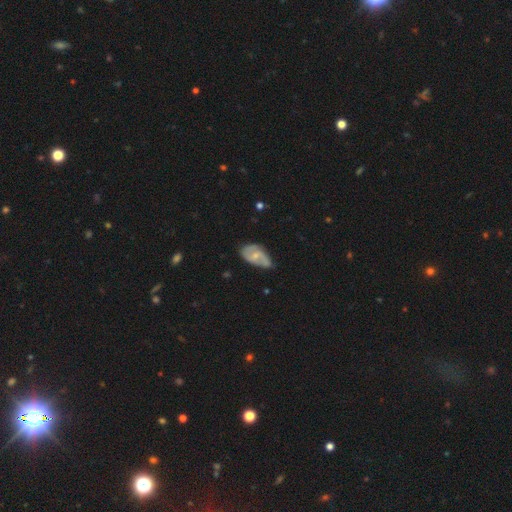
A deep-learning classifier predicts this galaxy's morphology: Q: Smooth or featured?
A: featured or disk (61%); runner-up: smooth (32%)
Q: Edge-on disk?
A: no (95%); runner-up: yes (5%)
Q: Bar?
A: no (51%); runner-up: weak (41%)
Q: Spiral arms?
A: yes (81%); runner-up: no (19%)
Q: Bulge size?
A: small (58%); runner-up: moderate (35%)
Q: Merging?
A: none (49%); runner-up: minor disturbance (37%)